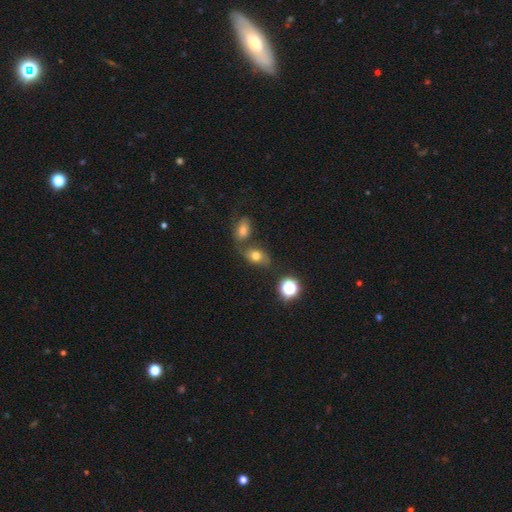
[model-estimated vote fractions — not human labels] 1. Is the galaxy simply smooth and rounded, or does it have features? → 67% smooth, 19% featured or disk, 14% star or artifact.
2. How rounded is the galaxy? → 77% in between, 21% round, 2% cigar-shaped.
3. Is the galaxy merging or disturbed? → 49% none, 30% merger, 14% minor disturbance, 6% major disturbance.